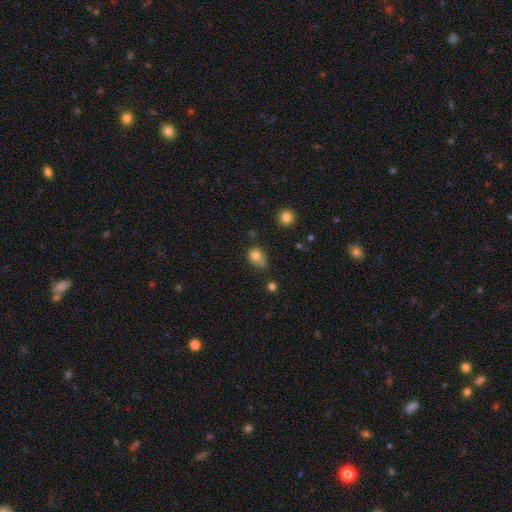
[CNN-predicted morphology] Smooth or featured: smooth — 79% (star or artifact — 13%)
How rounded: round — 60% (in between — 38%)
Merging: none — 42% (minor disturbance — 33%)